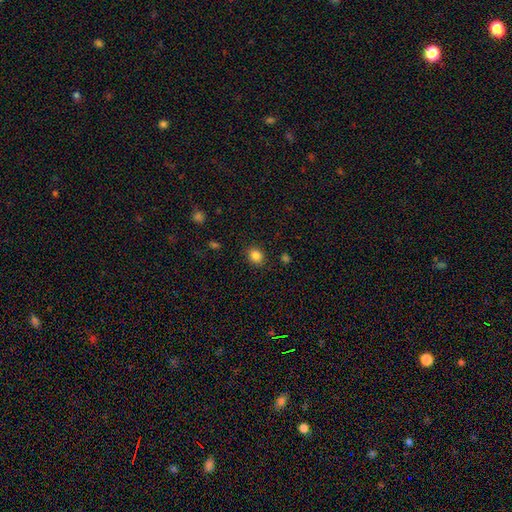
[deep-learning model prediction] This appears to be a smooth galaxy with no disk features (84%) that is round (63%). Merging: none (87%).